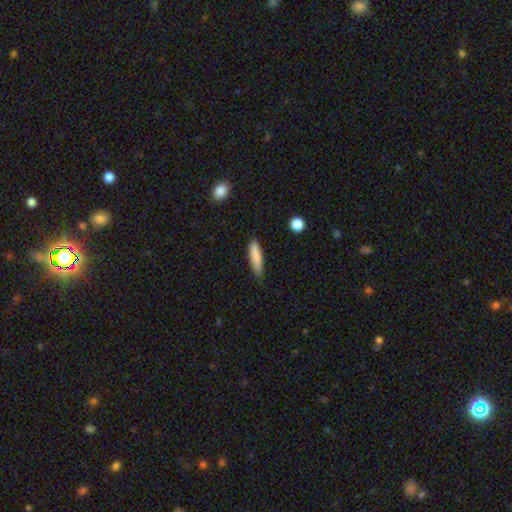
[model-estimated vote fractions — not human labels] Smooth or featured: smooth — 84% (featured or disk — 9%)
How rounded: cigar-shaped — 74% (in between — 25%)
Merging: none — 70% (minor disturbance — 25%)